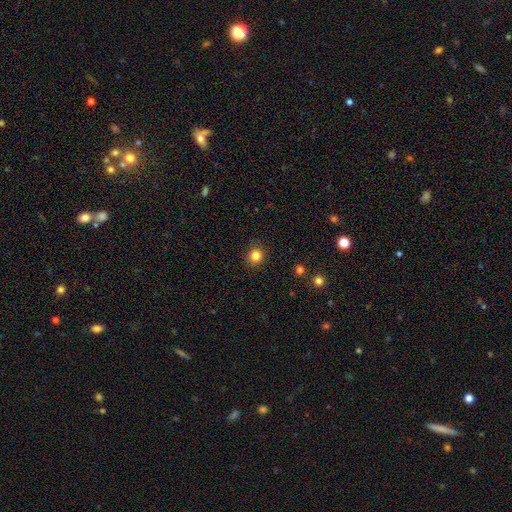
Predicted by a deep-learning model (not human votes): Smooth or featured: smooth — 83% (star or artifact — 12%)
How rounded: round — 86% (in between — 13%)
Merging: none — 90% (minor disturbance — 7%)